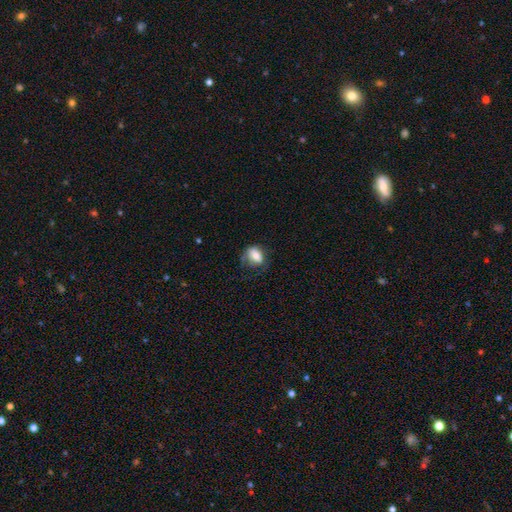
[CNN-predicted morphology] A smooth galaxy with no disk features (71%) that is in between round and cigar-shaped (71%).

Vote fractions:
- Smooth or featured? smooth: 71% / featured or disk: 20% / star or artifact: 8%
- How rounded? in between: 71% / round: 27% / cigar-shaped: 2%
- Merging? none: 50% / minor disturbance: 28% / major disturbance: 20% / merger: 2%